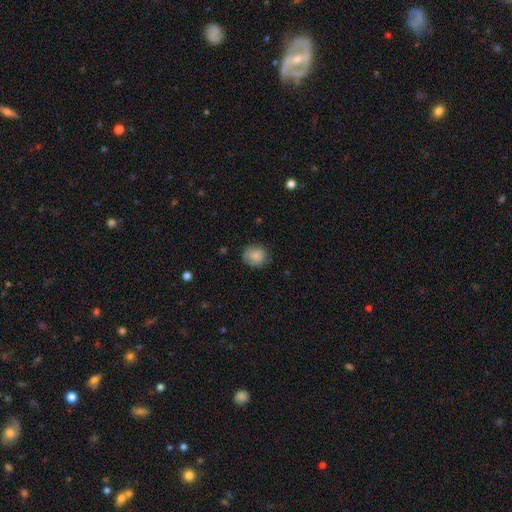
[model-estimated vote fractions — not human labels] The model was most divided on "how rounded": round: 72%, in between: 27%, cigar-shaped: 1%. More confident: smooth or featured — smooth (85%); merging — none (74%).